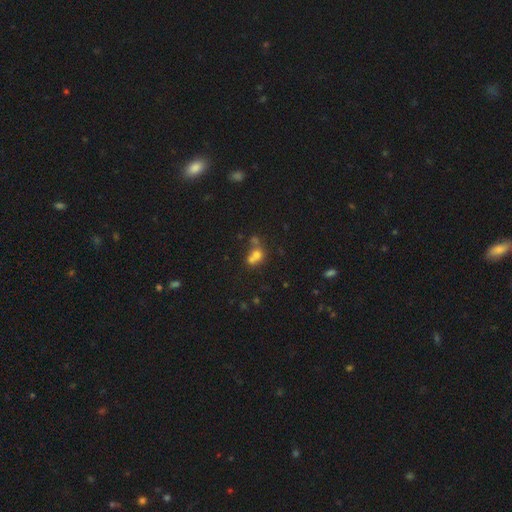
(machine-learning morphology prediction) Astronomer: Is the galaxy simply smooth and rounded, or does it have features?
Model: smooth — 64%.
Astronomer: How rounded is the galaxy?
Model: round — 63%.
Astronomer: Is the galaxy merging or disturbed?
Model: merger — 56%.